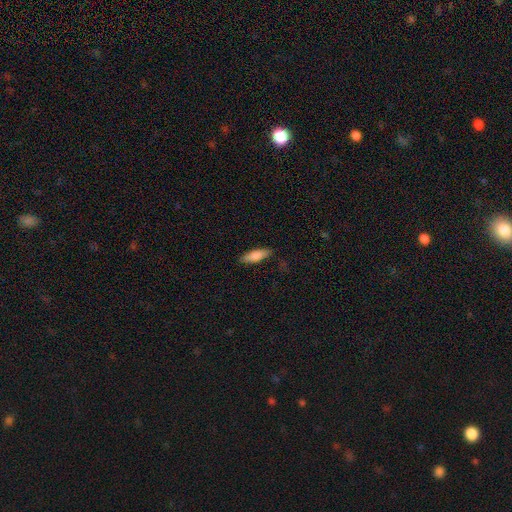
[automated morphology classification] Smooth or featured? smooth (81%)
How rounded? cigar-shaped (49%, tied with in between)
Merging? none (83%)